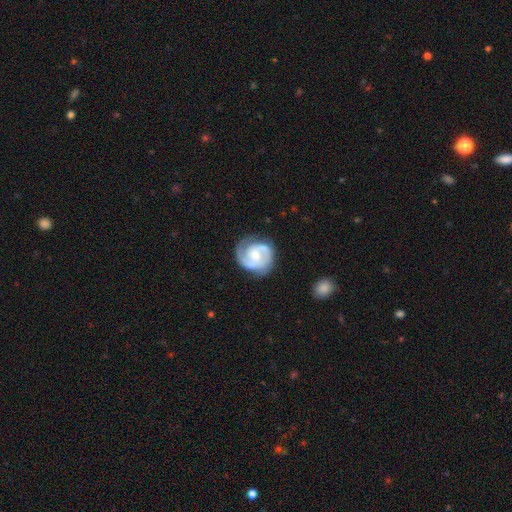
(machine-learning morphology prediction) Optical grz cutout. It shows a featured or disk galaxy (85%) with a weak bar (45%), 2 (82%) tight (47%) spiral arms (97%) and a moderate central bulge (45%). Merging: none (74%).